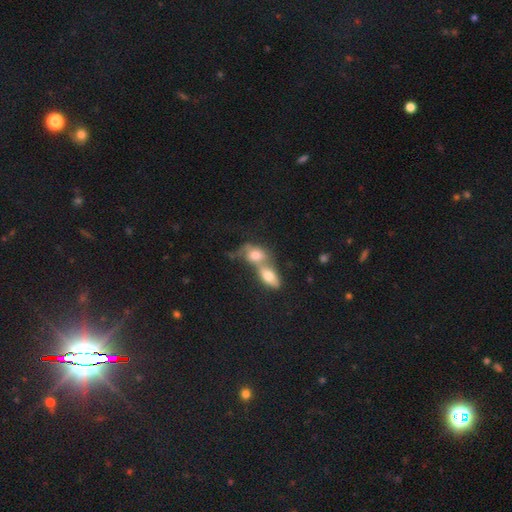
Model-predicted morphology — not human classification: smooth 65%, featured or disk 24%, star or artifact 11%. Down the decision tree: how rounded — in between (73%); merging — merger (75%).